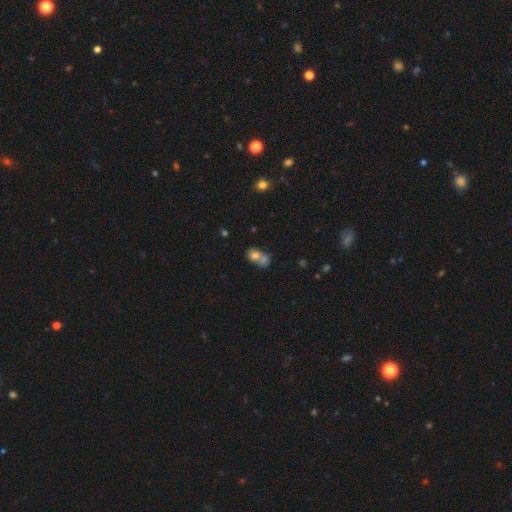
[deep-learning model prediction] A smooth galaxy with no disk features (73%) that is round (52%). Merging: merger (66%).